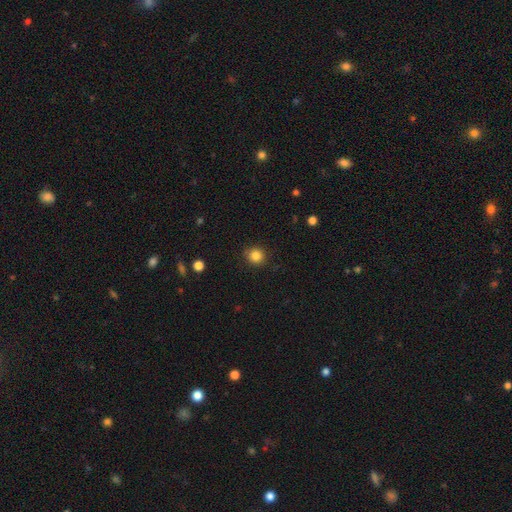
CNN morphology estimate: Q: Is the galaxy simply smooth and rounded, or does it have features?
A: smooth — 85%.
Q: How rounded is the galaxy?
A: round — 88%.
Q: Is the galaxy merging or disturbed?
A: none — 89%.